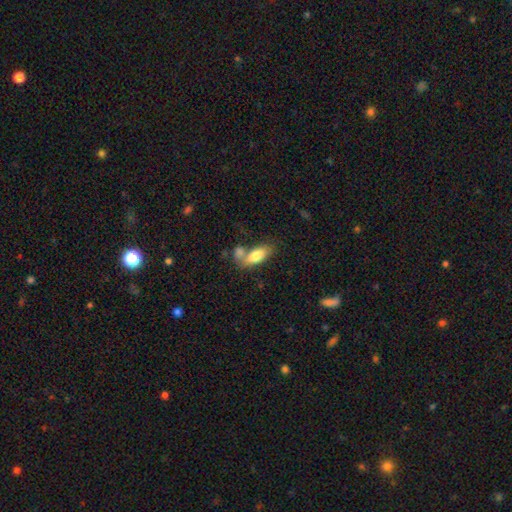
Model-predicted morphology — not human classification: A smooth galaxy with no disk features (79%) that is in between round and cigar-shaped (84%). Merging: none (43%).